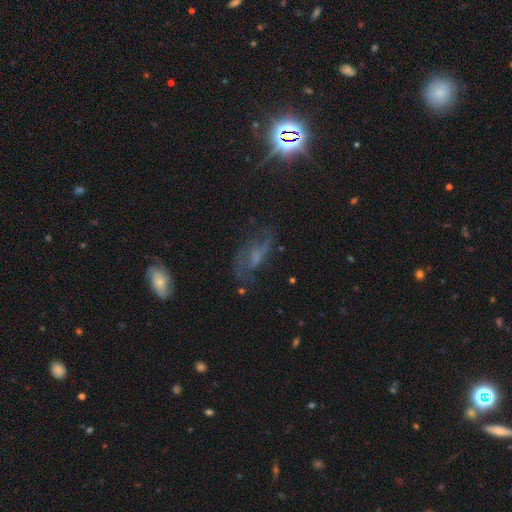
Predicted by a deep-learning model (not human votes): A featured or disk galaxy (56%) with no bar (45%), spiral arms (77%) and no central bulge (40%). Merging: none (56%).